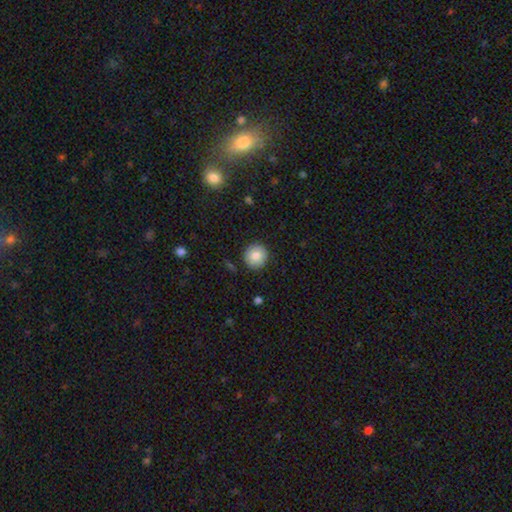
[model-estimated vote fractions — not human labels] Smooth or featured? Predicted: smooth (p=0.83). How rounded? Predicted: round (p=0.94). Merging? Predicted: none (p=0.91).